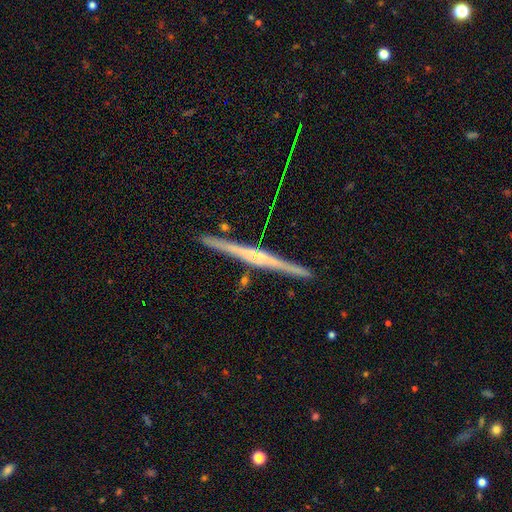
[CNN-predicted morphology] Overall: featured or disk (79%). Edge-on disk: yes (98%). Edge-on bulge: rounded (52%; none 33%). Merging: none (89%).